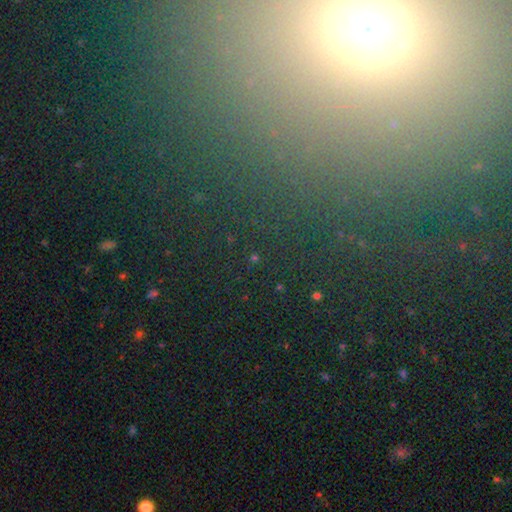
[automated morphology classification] Smooth or featured? Predicted: star or artifact (p=0.68).